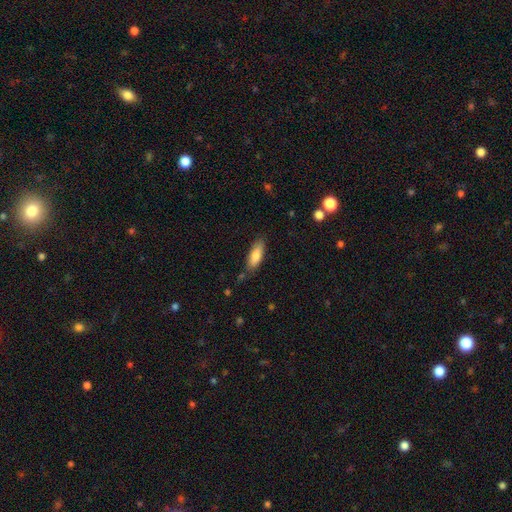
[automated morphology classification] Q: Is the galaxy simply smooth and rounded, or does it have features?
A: smooth — 81%.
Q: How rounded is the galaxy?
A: in between — 65%.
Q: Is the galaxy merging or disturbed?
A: none — 77%.